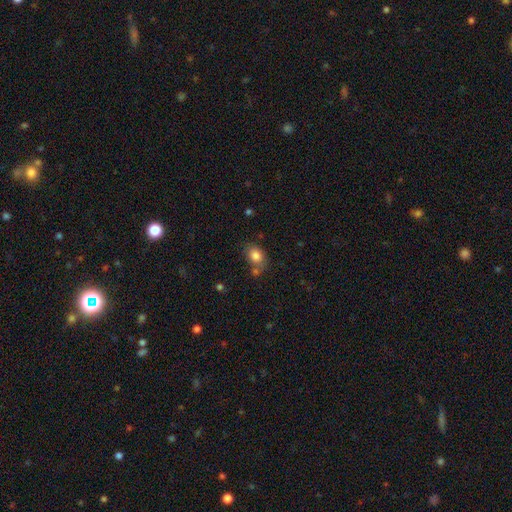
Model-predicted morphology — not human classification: smooth_or_featured: smooth (p=0.83) [alt: star or artifact p=0.09]
how_rounded: in between (p=0.67) [alt: round p=0.32]
merging: none (p=0.58) [alt: minor disturbance p=0.19]